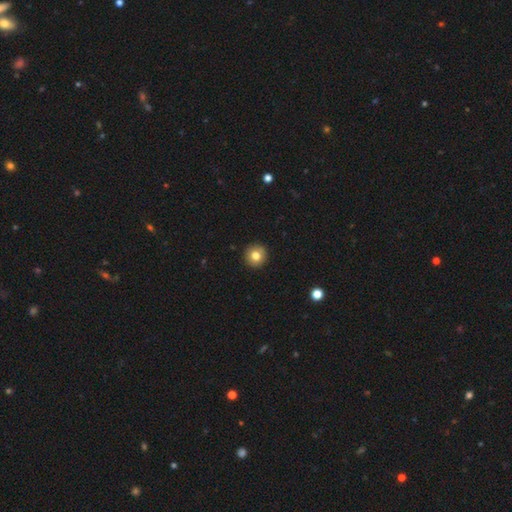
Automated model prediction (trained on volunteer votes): Smooth or featured: smooth — 80% (star or artifact — 10%)
How rounded: round — 95% (in between — 4%)
Merging: none — 93% (minor disturbance — 5%)